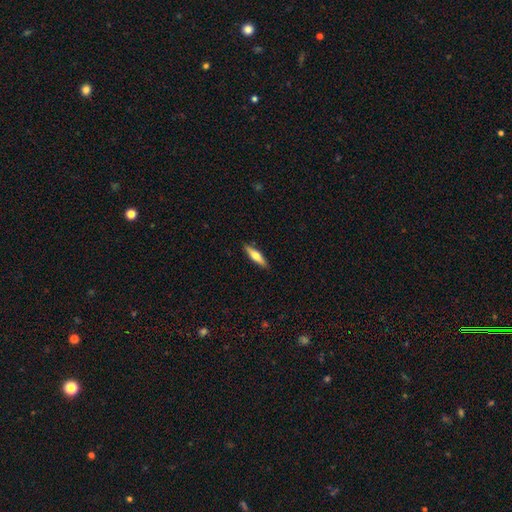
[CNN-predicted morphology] A smooth galaxy with no disk features (55%) that is cigar-shaped (74%).

Vote fractions:
- Smooth or featured? smooth: 55% / featured or disk: 40% / star or artifact: 6%
- How rounded? cigar-shaped: 74% / in between: 24% / round: 2%
- Merging? none: 89% / minor disturbance: 8% / major disturbance: 2% / merger: 1%